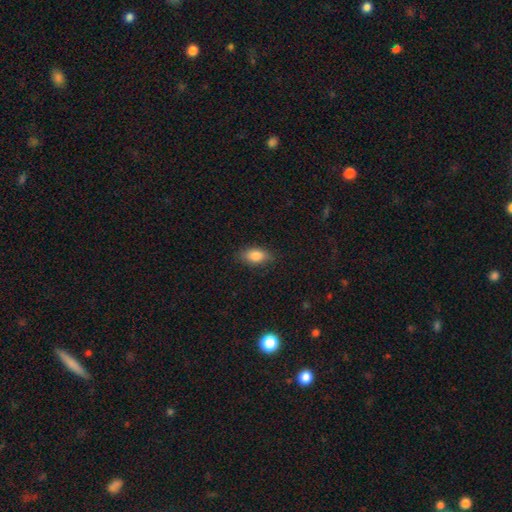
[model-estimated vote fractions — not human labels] Smooth or featured: smooth — 84% (featured or disk — 8%)
How rounded: in between — 88% (round — 6%)
Merging: none — 82% (minor disturbance — 14%)